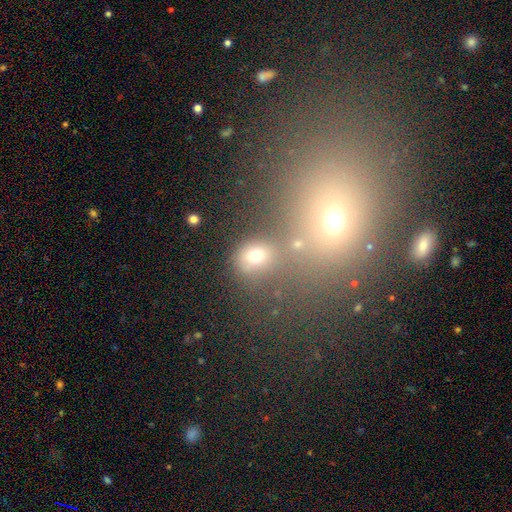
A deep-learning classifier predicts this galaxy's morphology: smooth-or-featured: smooth: 68% | star or artifact: 21% | featured or disk: 11%
  how-rounded: round: 66% | in between: 32% | cigar-shaped: 2%
  merging: none: 66% | merger: 15% | minor disturbance: 12% | major disturbance: 7%